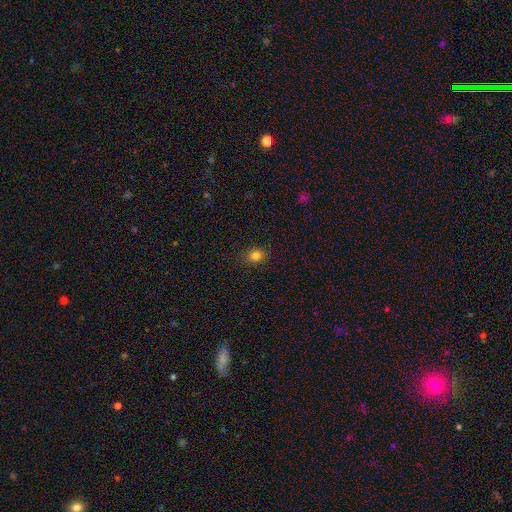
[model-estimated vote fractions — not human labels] Morphology: type=smooth (80%); roundness=round (57%); merging=none (88%).